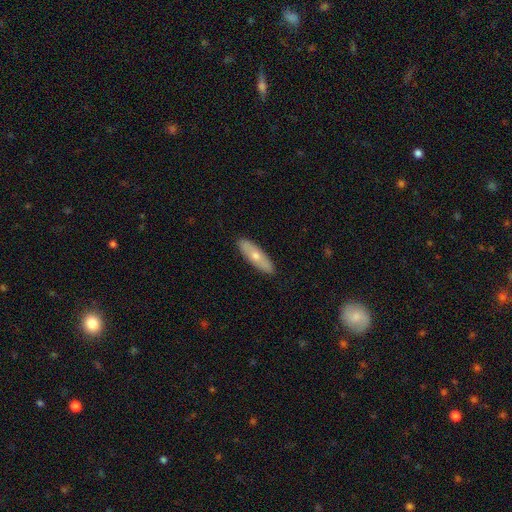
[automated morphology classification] Smooth or featured? smooth (60%)
How rounded? cigar-shaped (54%)
Merging? none (89%)